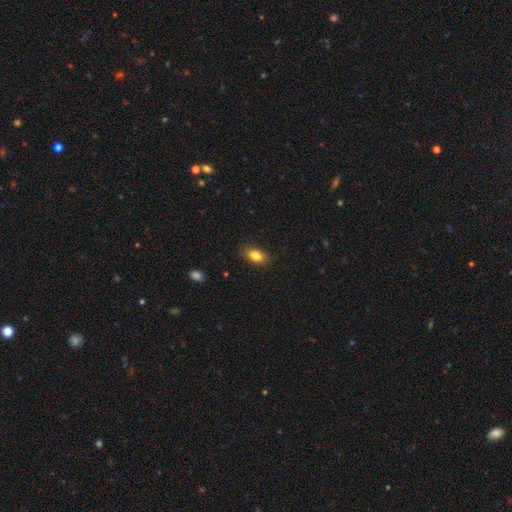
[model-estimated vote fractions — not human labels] Overall: smooth (85%). How rounded: in between (87%). Merging: none (86%).